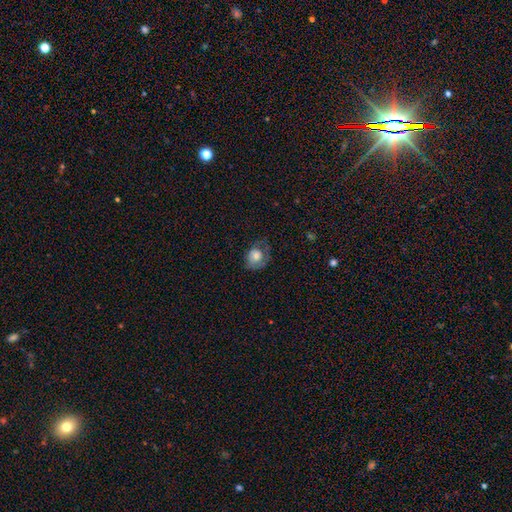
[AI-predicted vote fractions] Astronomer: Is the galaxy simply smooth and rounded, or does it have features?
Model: smooth — 65%.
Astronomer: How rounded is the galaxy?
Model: round — 52% (runner-up: in between, 47%).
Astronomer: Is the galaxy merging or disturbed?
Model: none — 38% (runner-up: major disturbance, 31%).